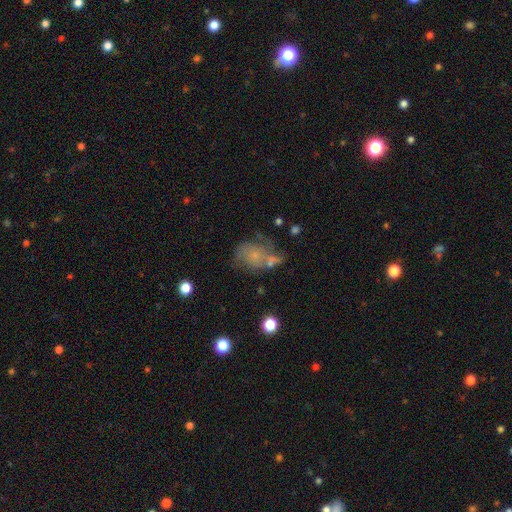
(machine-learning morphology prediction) This appears to be a featured or disk galaxy (52%) with no bar (82%), spiral arms (70%) and a small central bulge (70%). Merging: none (41%).